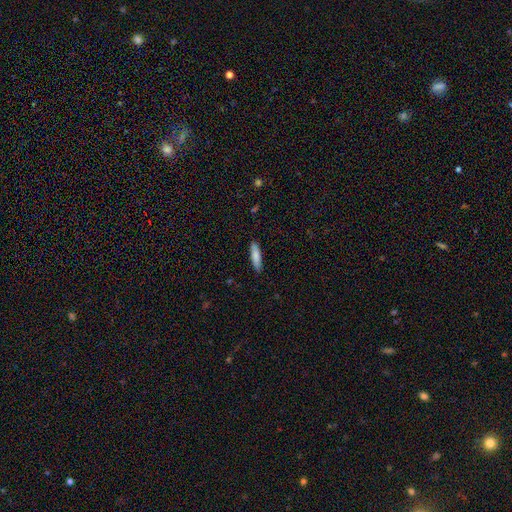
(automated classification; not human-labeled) smooth 82%, featured or disk 12%, star or artifact 6%. Down the decision tree: how rounded — cigar-shaped (73%); merging — none (87%).